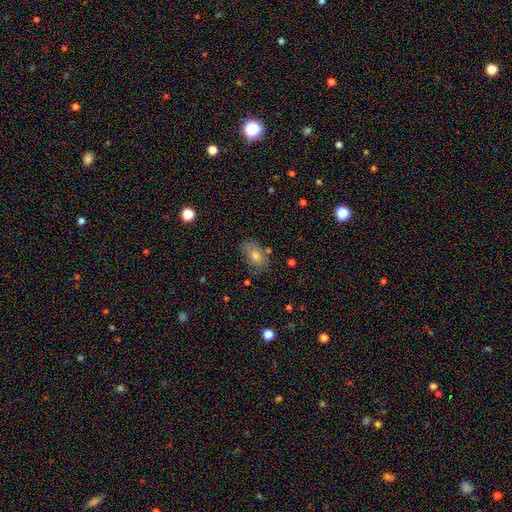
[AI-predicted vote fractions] The model was most divided on "smooth or featured": smooth: 63%, featured or disk: 22%, star or artifact: 15%. More confident: how rounded — in between (81%); merging — none (68%).